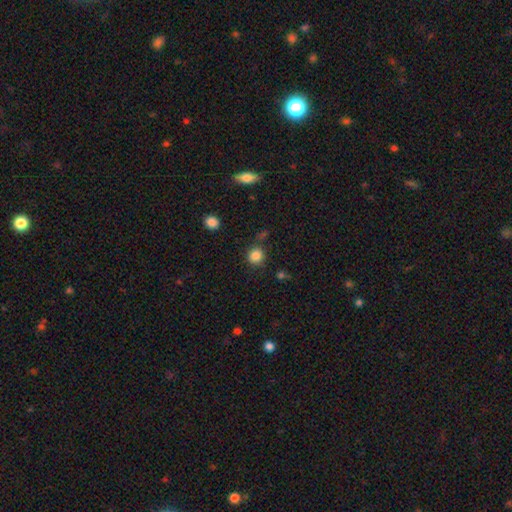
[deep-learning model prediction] Morphology: type=smooth (85%); roundness=round (91%); merging=none (82%).